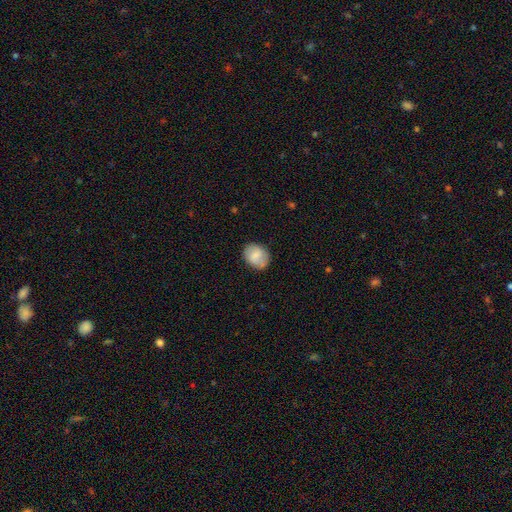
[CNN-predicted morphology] A smooth galaxy with no disk features (76%) that is round (54%). Merging: none (76%).